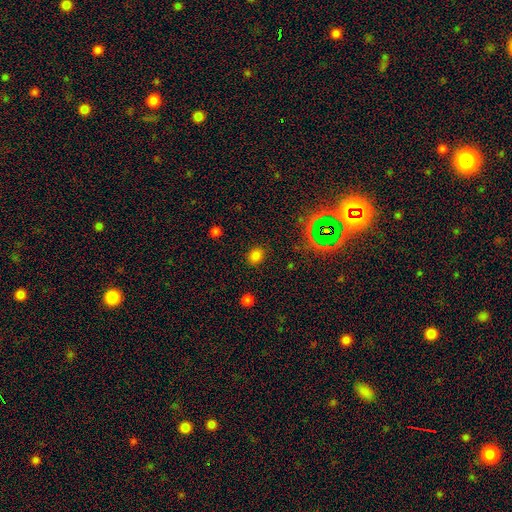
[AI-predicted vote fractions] smooth 76%, star or artifact 19%, featured or disk 5%. Down the decision tree: how rounded — round (54%); merging — none (86%).